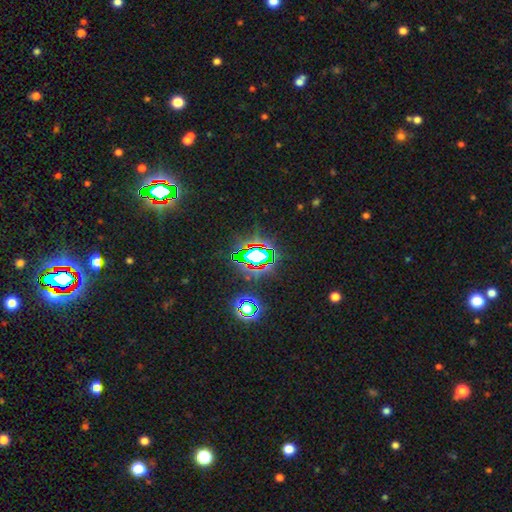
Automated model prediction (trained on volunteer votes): A star or artifact, not a galaxy (71%).